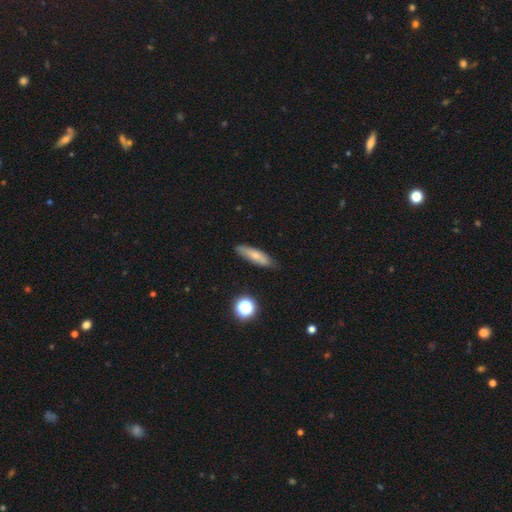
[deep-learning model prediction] Smooth or featured?
  - smooth: 70% *
  - featured or disk: 21%
  - star or artifact: 8%
How rounded?
  - cigar-shaped: 59% *
  - in between: 38%
  - round: 3%
Merging?
  - none: 81% *
  - minor disturbance: 14%
  - major disturbance: 3%
  - merger: 2%